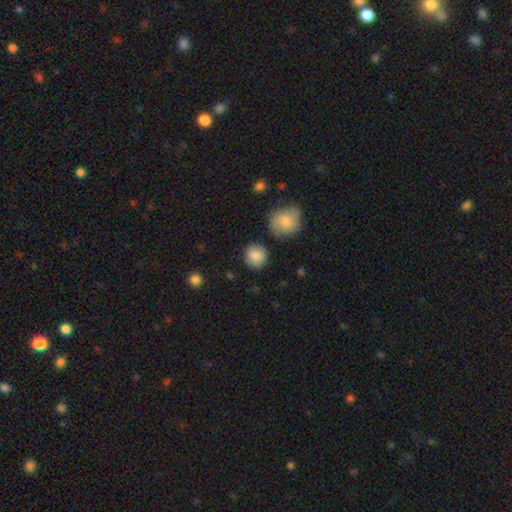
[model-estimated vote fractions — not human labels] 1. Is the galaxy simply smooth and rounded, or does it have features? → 87% smooth, 7% star or artifact, 6% featured or disk.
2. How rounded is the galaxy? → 89% round, 10% in between, 1% cigar-shaped.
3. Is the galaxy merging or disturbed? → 85% none, 9% minor disturbance, 3% merger, 3% major disturbance.